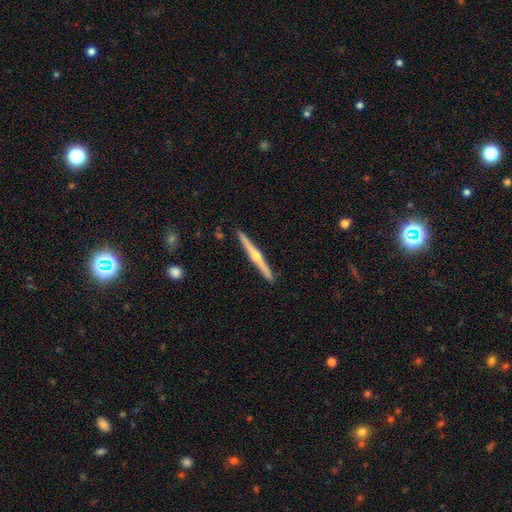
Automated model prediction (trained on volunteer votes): featured or disk 77%, smooth 18%, star or artifact 5%. Down the decision tree: edge-on disk — yes (98%); edge-on bulge — rounded (92%); merging — none (92%).